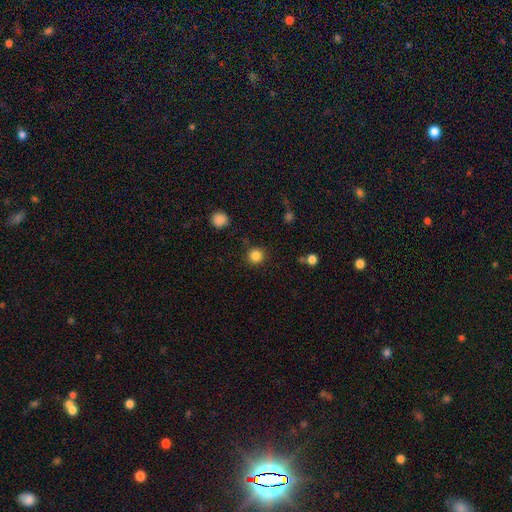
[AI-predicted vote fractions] Overall: smooth (84%). How rounded: round (94%). Merging: none (88%).